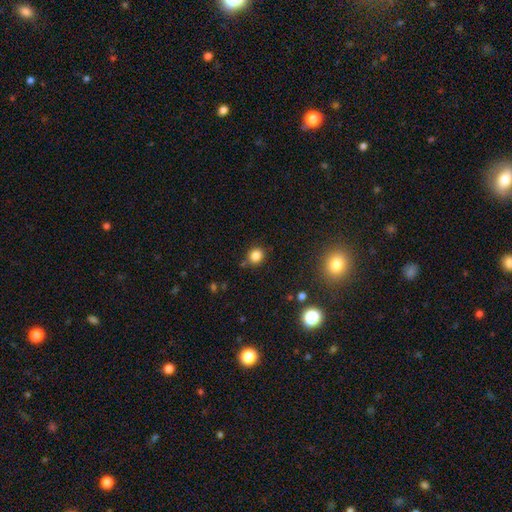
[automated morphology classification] The model was most divided on "how rounded": round: 80%, in between: 19%, cigar-shaped: 1%. More confident: smooth or featured — smooth (82%); merging — none (81%).